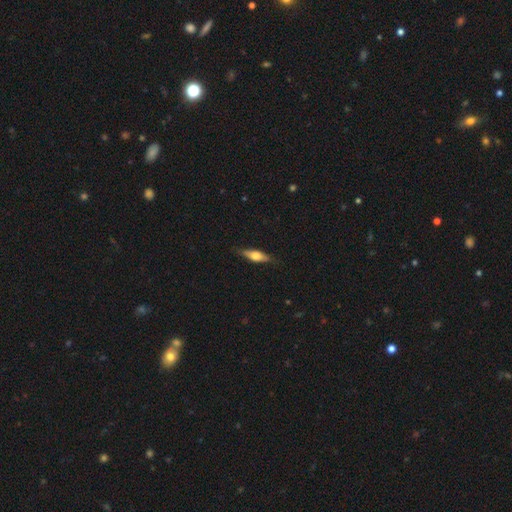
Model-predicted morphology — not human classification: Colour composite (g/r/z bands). It shows a smooth galaxy with no disk features (53%) that is cigar-shaped (49%). Merging: none (81%).